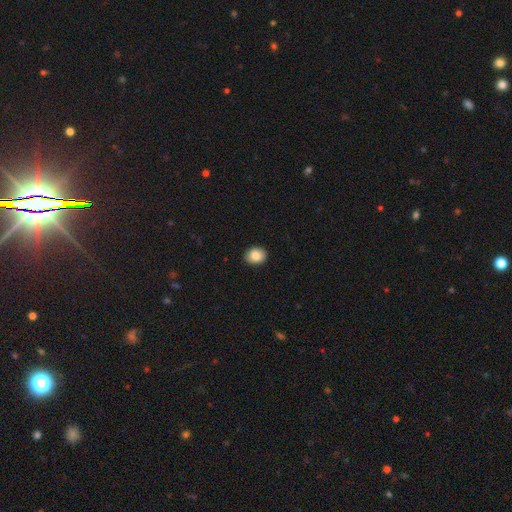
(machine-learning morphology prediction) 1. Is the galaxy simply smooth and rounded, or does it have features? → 87% smooth, 8% star or artifact, 5% featured or disk.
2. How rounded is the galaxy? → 54% round, 45% in between, 1% cigar-shaped.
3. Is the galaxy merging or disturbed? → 90% none, 8% minor disturbance, 2% major disturbance, 1% merger.